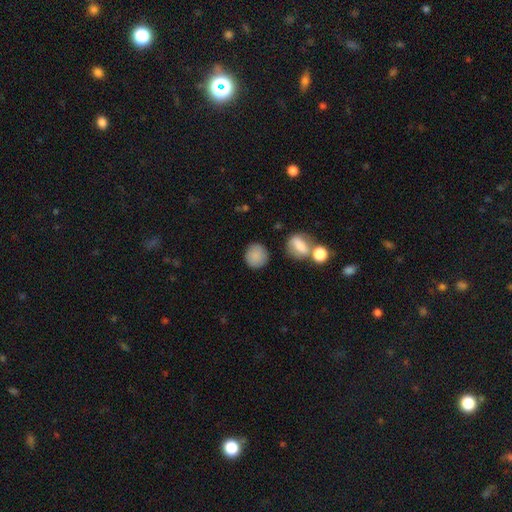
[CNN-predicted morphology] The model was most divided on "merging": none: 79%, minor disturbance: 11%, merger: 6%, major disturbance: 4%. More confident: how rounded — round (86%); smooth or featured — smooth (85%).